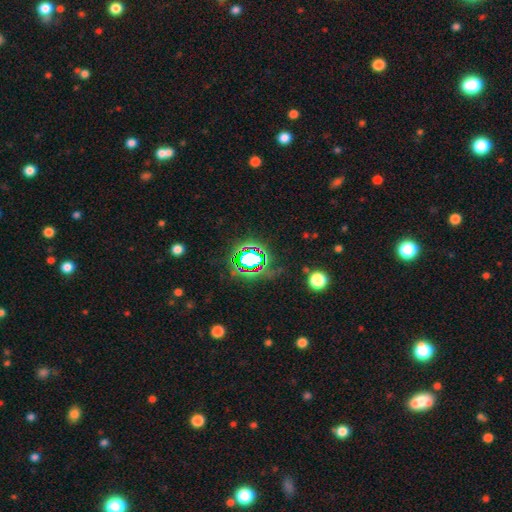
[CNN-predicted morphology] smooth_or_featured: star or artifact (p=0.72) [alt: smooth p=0.18]